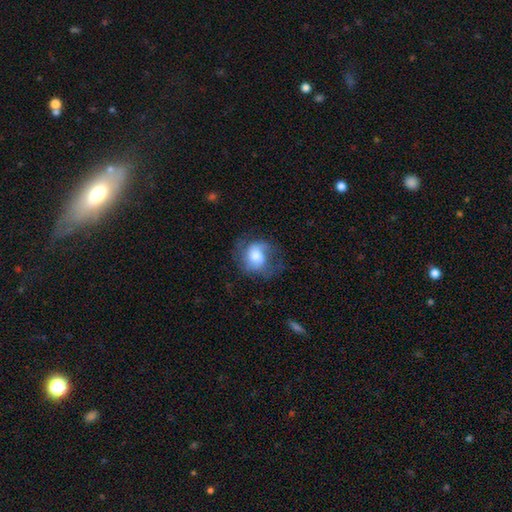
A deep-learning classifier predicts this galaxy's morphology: This appears to be a smooth galaxy with no disk features (51%) that is round (62%). Merging: none (47%).